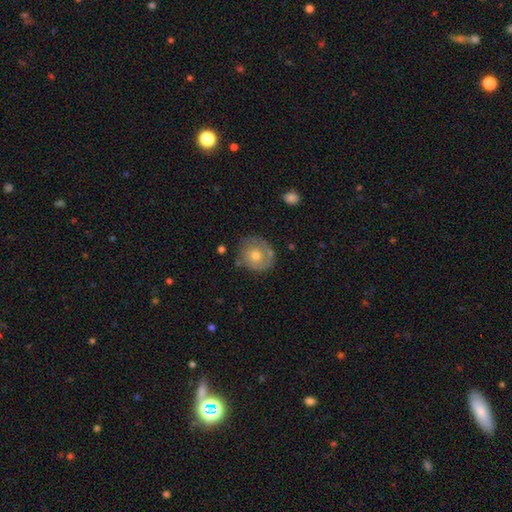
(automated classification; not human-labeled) Smooth or featured?
  - smooth: 49% *
  - featured or disk: 42%
  - star or artifact: 9%
Merging?
  - none: 71% *
  - minor disturbance: 19%
  - major disturbance: 7%
  - merger: 3%